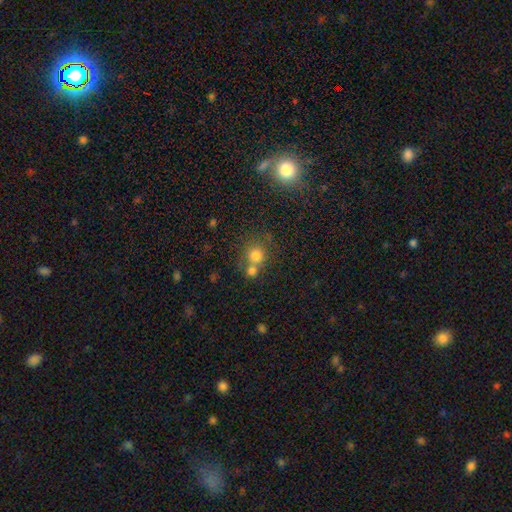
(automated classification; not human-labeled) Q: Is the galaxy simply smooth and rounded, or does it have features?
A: smooth — 76%.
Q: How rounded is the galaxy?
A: round — 87%.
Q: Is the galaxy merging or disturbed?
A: none — 51%.